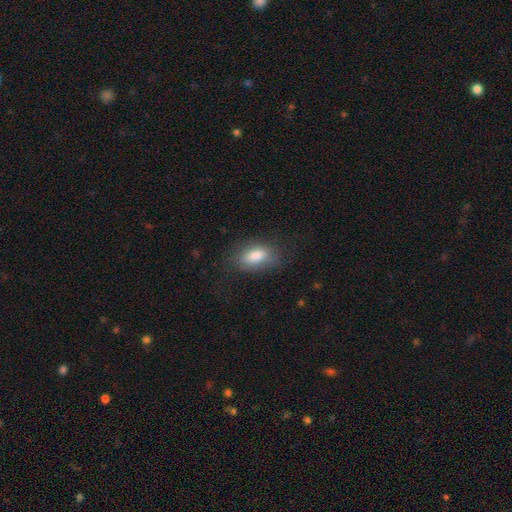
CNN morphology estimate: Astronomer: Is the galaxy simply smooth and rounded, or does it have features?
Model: smooth — 80%.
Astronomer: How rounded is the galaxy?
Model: in between — 88%.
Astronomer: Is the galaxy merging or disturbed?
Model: none — 75%.